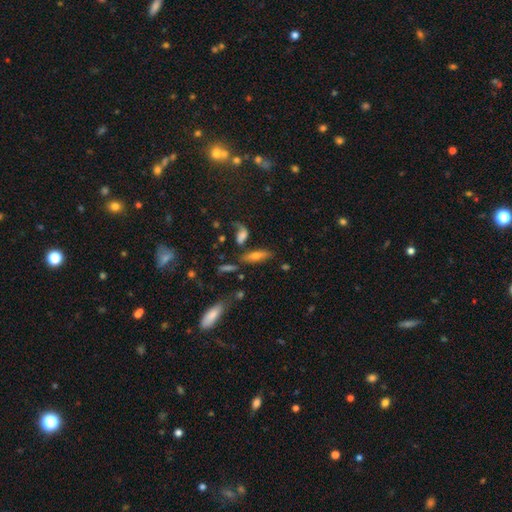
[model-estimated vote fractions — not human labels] A smooth galaxy with no disk features (56%) that is in between round and cigar-shaped (50%). Merging: none (65%).